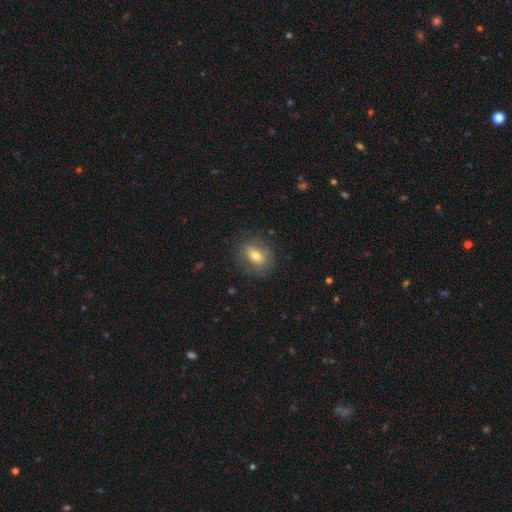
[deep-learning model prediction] A smooth galaxy with no disk features (63%) that is in between round and cigar-shaped (58%). Merging: none (78%).